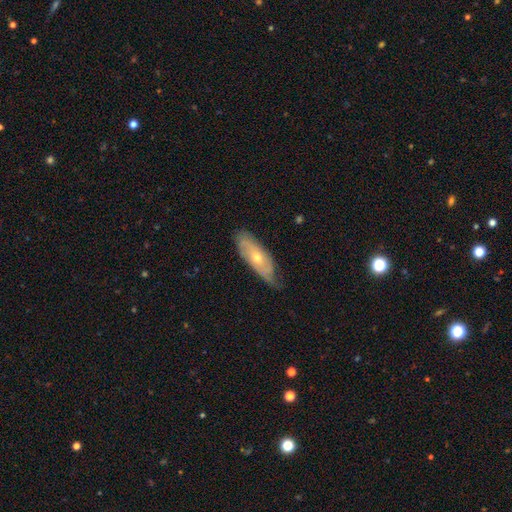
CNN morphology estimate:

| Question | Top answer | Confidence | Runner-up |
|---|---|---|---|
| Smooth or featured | featured or disk | 60% | smooth (33%) |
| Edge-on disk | no | 72% | yes (28%) |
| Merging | none | 68% | minor disturbance (26%) |